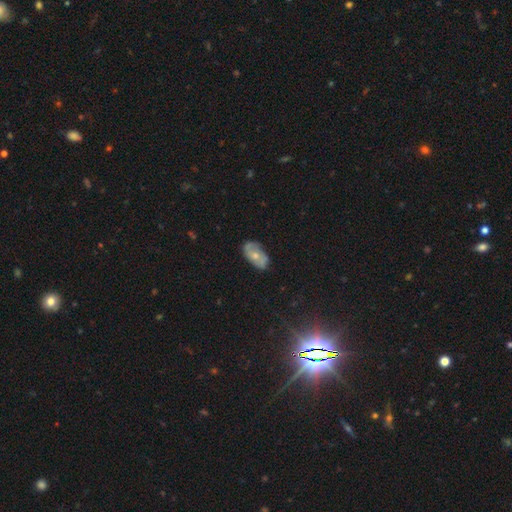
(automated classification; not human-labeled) A featured or disk galaxy (47%).

Vote fractions:
- Smooth or featured? featured or disk: 47% / smooth: 46% / star or artifact: 7%
- Merging? none: 70% / minor disturbance: 23% / major disturbance: 6% / merger: 2%